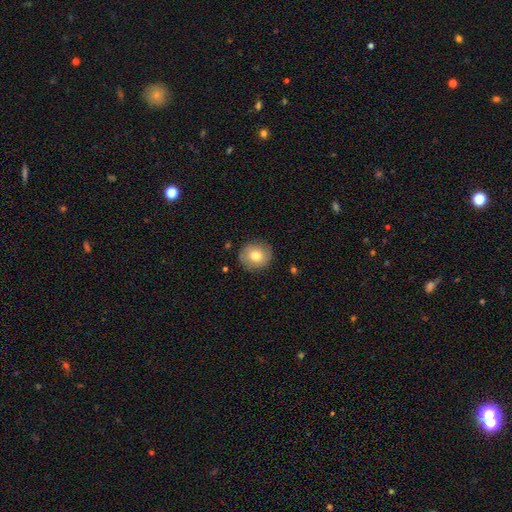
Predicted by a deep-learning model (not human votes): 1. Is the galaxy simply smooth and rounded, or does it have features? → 74% smooth, 17% featured or disk, 9% star or artifact.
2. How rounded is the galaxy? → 88% round, 11% in between, 1% cigar-shaped.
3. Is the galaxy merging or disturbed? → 85% none, 11% minor disturbance, 3% major disturbance, 1% merger.